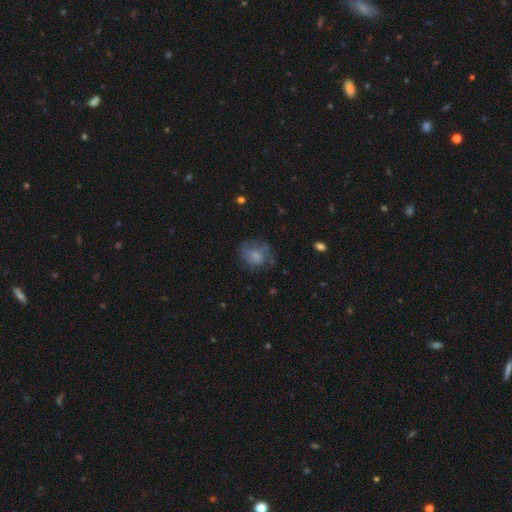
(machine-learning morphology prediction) Smooth or featured? smooth (65%)
How rounded? round (67%)
Merging? none (54%)